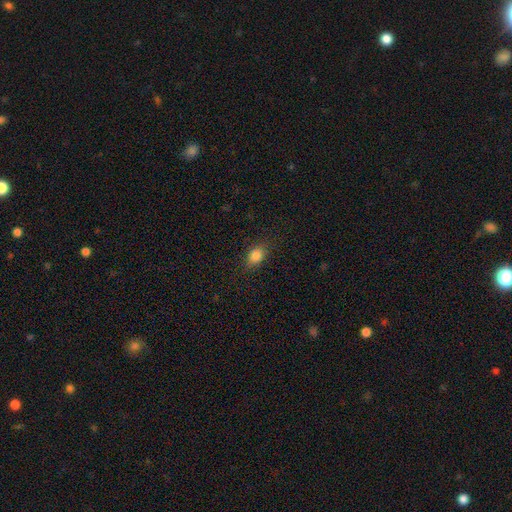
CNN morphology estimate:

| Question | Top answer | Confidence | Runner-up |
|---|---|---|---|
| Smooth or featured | smooth | 84% | star or artifact (10%) |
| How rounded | in between | 71% | round (26%) |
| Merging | none | 83% | minor disturbance (13%) |